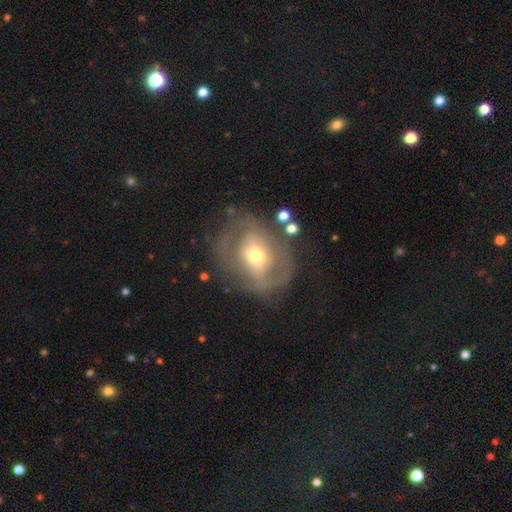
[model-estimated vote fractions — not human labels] This appears to be a featured or disk galaxy (64%) with no bar (48%), no spiral arms (59%) and a moderate central bulge (62%). Merging: none (63%).